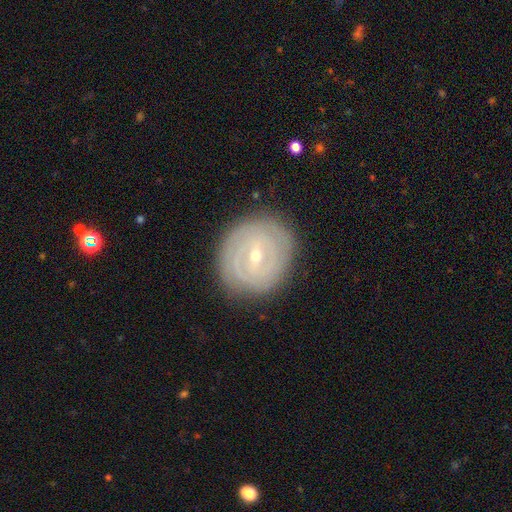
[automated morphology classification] Smooth or featured?
  - featured or disk: 78% *
  - smooth: 16%
  - star or artifact: 6%
Edge-on disk?
  - no: 96% *
  - yes: 4%
Bar?
  - weak: 52% *
  - strong: 25%
  - no: 23%
Spiral arms?
  - yes: 81% *
  - no: 19%
Spiral winding?
  - tight: 83% *
  - medium: 13%
  - loose: 4%
Spiral arm count?
  - can't tell: 45% *
  - 2: 26%
  - 3: 12%
  - 4: 8%
  - 1: 5%
  - more than 4: 4%
Bulge size?
  - small: 63% *
  - moderate: 35%
  - large: 1%
  - none: 1%
  - dominant: 1%
Merging?
  - none: 84% *
  - minor disturbance: 11%
  - major disturbance: 3%
  - merger: 1%